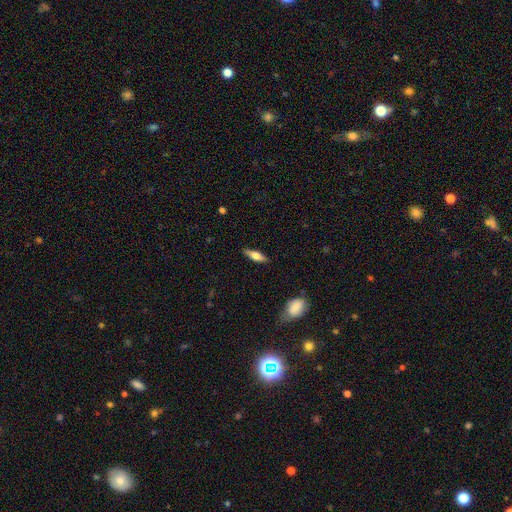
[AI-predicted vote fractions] This appears to be a smooth galaxy with no disk features (55%) that is in between round and cigar-shaped (49%). Merging: none (86%).